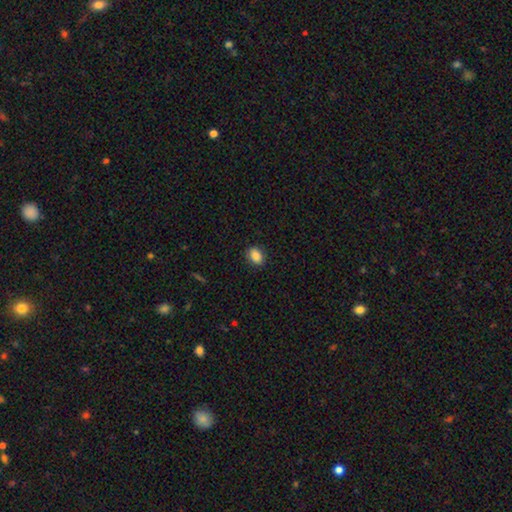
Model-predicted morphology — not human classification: smooth-or-featured: smooth: 88% | star or artifact: 8% | featured or disk: 4%
  how-rounded: in between: 77% | round: 21% | cigar-shaped: 1%
  merging: none: 87% | minor disturbance: 10% | major disturbance: 2% | merger: 1%